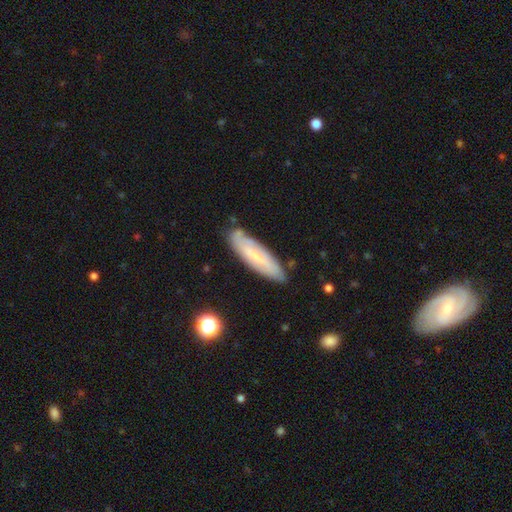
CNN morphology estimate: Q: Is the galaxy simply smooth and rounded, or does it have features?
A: smooth — 47%.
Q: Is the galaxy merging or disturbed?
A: none — 80%.